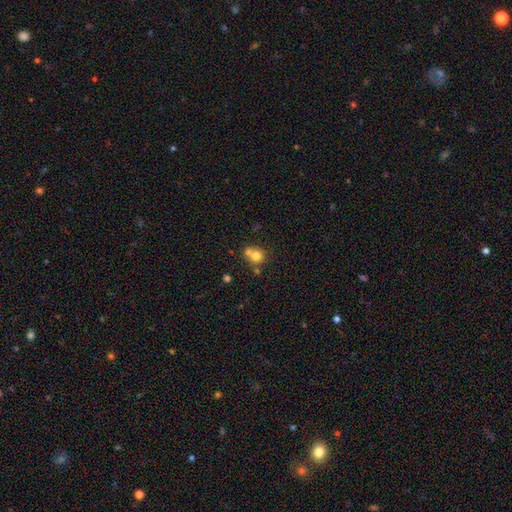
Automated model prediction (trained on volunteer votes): Smooth or featured? smooth (74%)
How rounded? round (83%)
Merging? merger (49%)